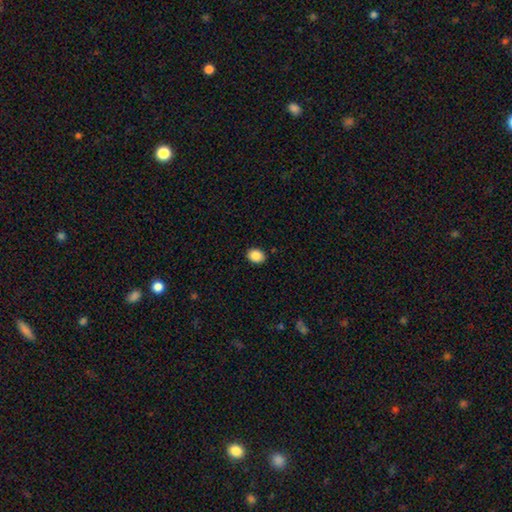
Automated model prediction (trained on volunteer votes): Q: Smooth or featured?
A: smooth (88%); runner-up: star or artifact (9%)
Q: How rounded?
A: in between (55%); runner-up: round (44%)
Q: Merging?
A: none (89%); runner-up: minor disturbance (8%)